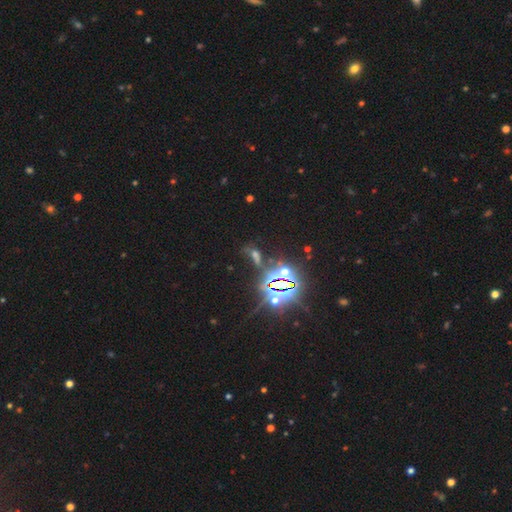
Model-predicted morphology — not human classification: A star or artifact, not a galaxy (62%).